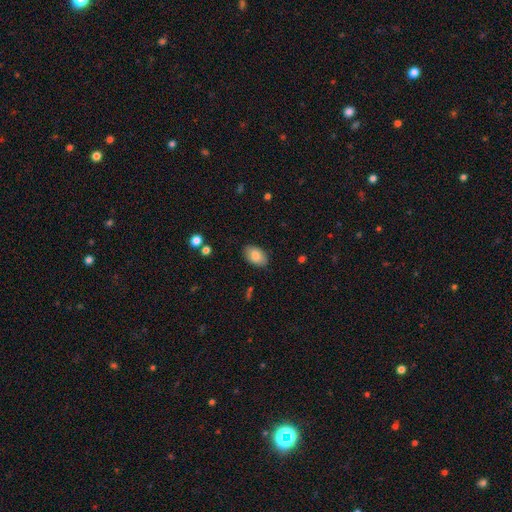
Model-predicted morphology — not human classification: Overall: smooth (85%). How rounded: in between (91%). Merging: none (85%).